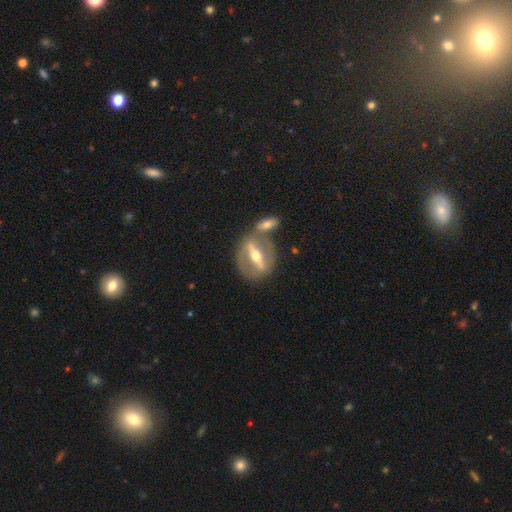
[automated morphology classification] This is likely a featured or disk galaxy (78%). It is likely not viewed edge-on (62%). Merging: possibly none (56%).